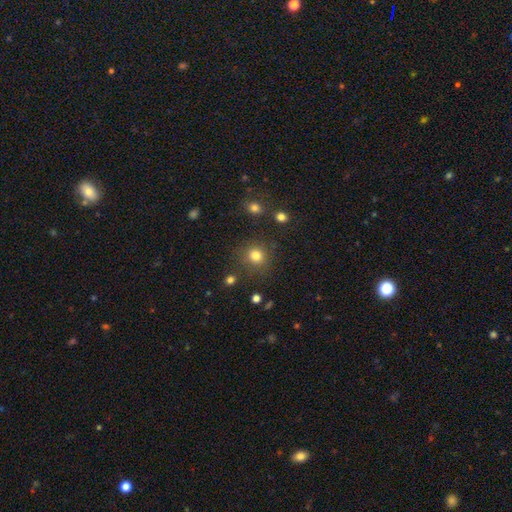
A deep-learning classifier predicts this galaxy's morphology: Smooth or featured? Predicted: smooth (p=0.81). How rounded? Predicted: round (p=0.87). Merging? Predicted: none (p=0.80).